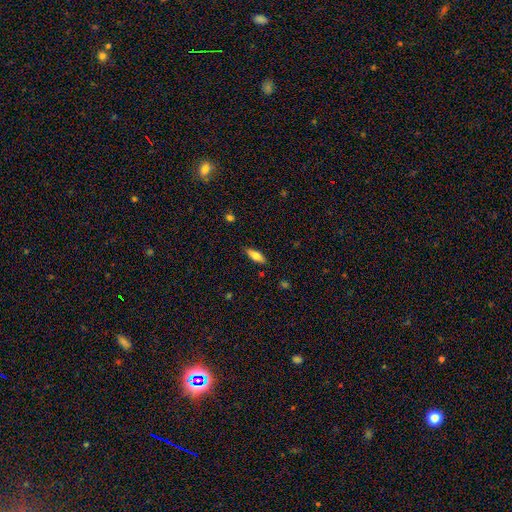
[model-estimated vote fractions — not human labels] smooth_or_featured: smooth (p=0.74) [alt: featured or disk p=0.19]
how_rounded: in between (p=0.66) [alt: cigar-shaped p=0.32]
merging: none (p=0.86) [alt: minor disturbance p=0.11]